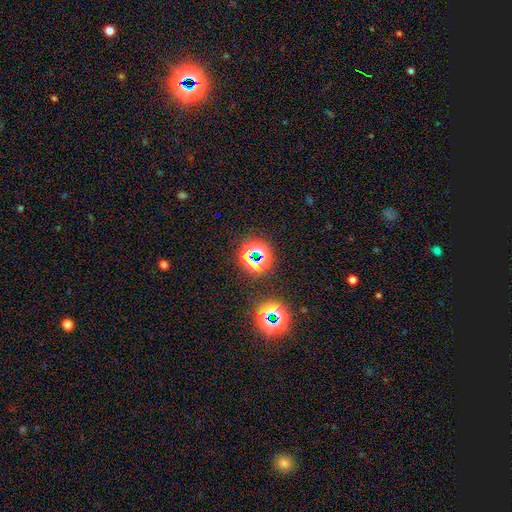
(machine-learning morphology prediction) Smooth or featured? star or artifact (68%)